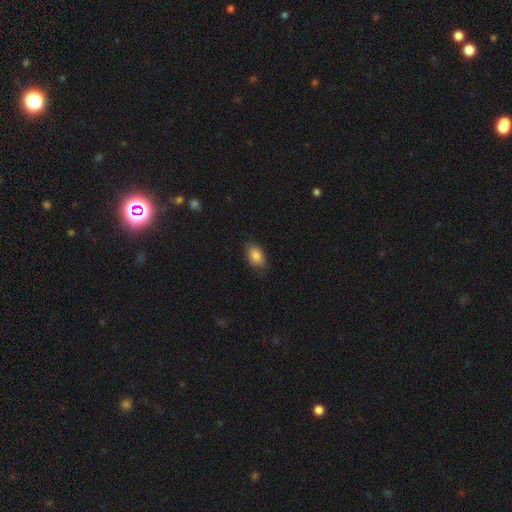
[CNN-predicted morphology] Overall: smooth (85%). How rounded: in between (89%). Merging: none (78%).